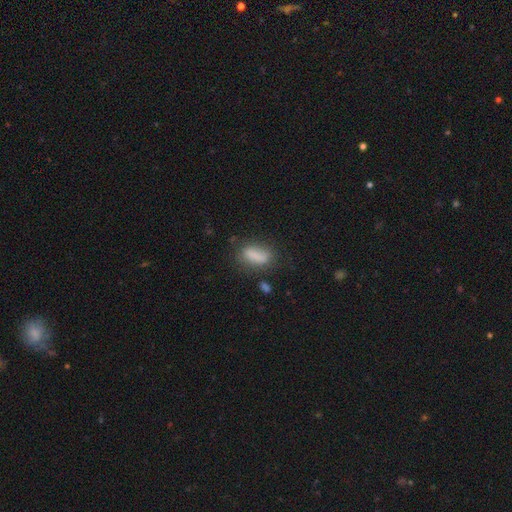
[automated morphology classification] Overall: smooth (80%). How rounded: in between (78%). Merging: none (58%; minor disturbance 25%).